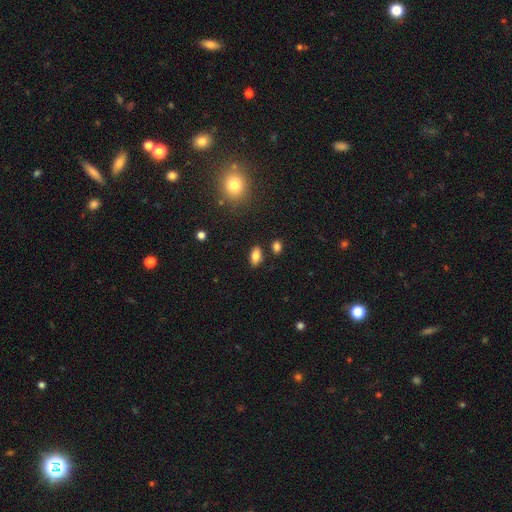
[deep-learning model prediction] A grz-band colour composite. It shows a smooth galaxy with no disk features (81%) that is in between round and cigar-shaped (89%). Merging: none (85%).